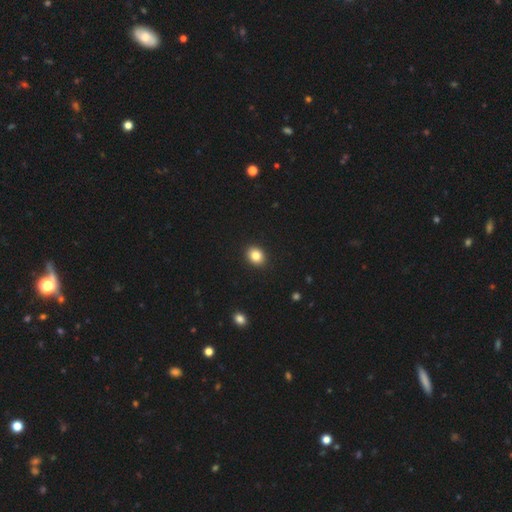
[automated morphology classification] This is clearly a smooth galaxy (84%). How rounded: possibly in between (52%). Merging: clearly none (91%).